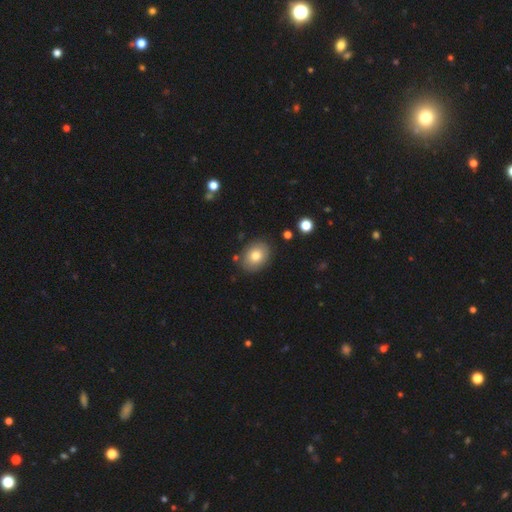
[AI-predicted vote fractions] smooth-or-featured: smooth: 78% | featured or disk: 13% | star or artifact: 9%
  how-rounded: in between: 65% | round: 34% | cigar-shaped: 1%
  merging: none: 84% | minor disturbance: 11% | merger: 3% | major disturbance: 3%